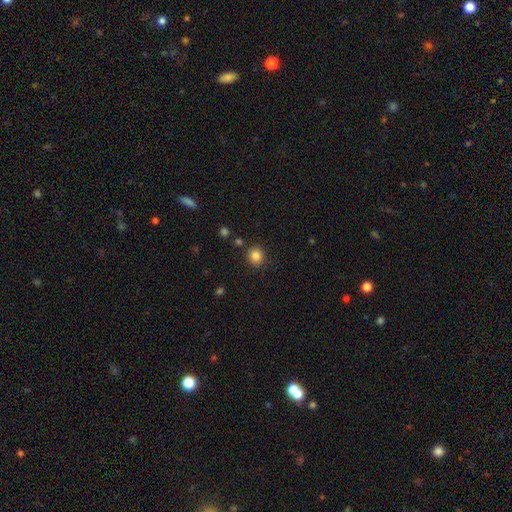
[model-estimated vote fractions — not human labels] Smooth or featured?
  - smooth: 84% *
  - star or artifact: 11%
  - featured or disk: 5%
How rounded?
  - round: 89% *
  - in between: 11%
  - cigar-shaped: 1%
Merging?
  - none: 87% *
  - minor disturbance: 7%
  - merger: 4%
  - major disturbance: 2%